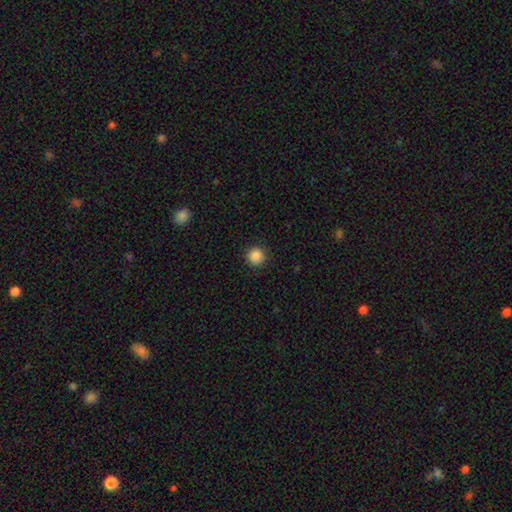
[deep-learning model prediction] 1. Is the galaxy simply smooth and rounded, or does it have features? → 87% smooth, 10% star or artifact, 3% featured or disk.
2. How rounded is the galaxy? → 95% round, 4% in between, 1% cigar-shaped.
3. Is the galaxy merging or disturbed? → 92% none, 5% minor disturbance, 2% major disturbance, 1% merger.